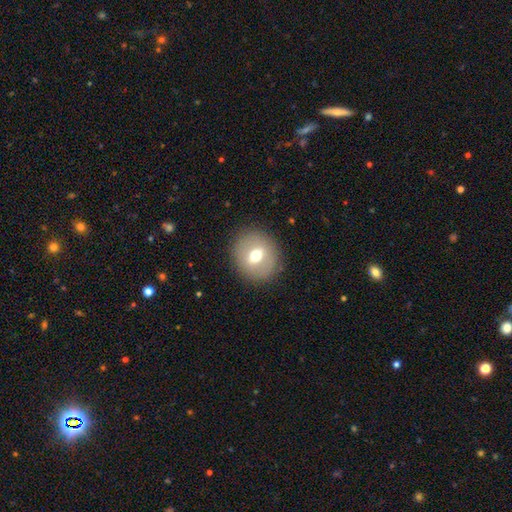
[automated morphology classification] Smooth or featured?
  - smooth: 57% *
  - featured or disk: 34%
  - star or artifact: 9%
How rounded?
  - round: 83% *
  - in between: 16%
  - cigar-shaped: 1%
Merging?
  - none: 88% *
  - minor disturbance: 8%
  - major disturbance: 4%
  - merger: 1%